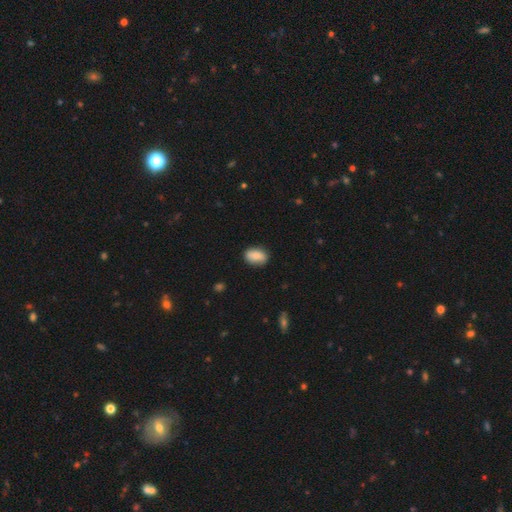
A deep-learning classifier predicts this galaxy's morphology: The model was most divided on "smooth or featured": smooth: 80%, featured or disk: 13%, star or artifact: 7%. More confident: how rounded — in between (85%); merging — none (84%).